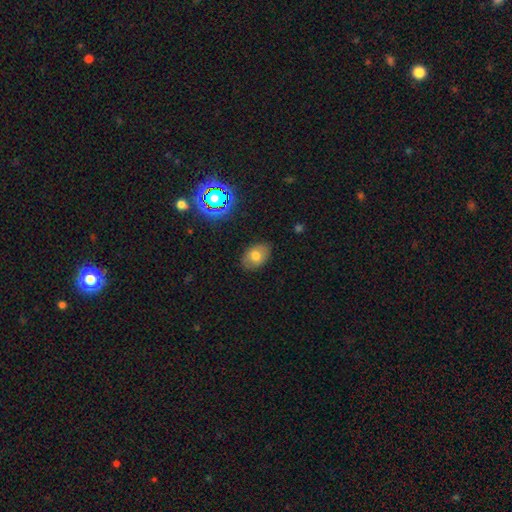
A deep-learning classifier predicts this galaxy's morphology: Smooth or featured?
  - smooth: 68% *
  - featured or disk: 19%
  - star or artifact: 13%
How rounded?
  - in between: 80% *
  - round: 19%
  - cigar-shaped: 1%
Merging?
  - none: 84% *
  - minor disturbance: 12%
  - major disturbance: 3%
  - merger: 1%